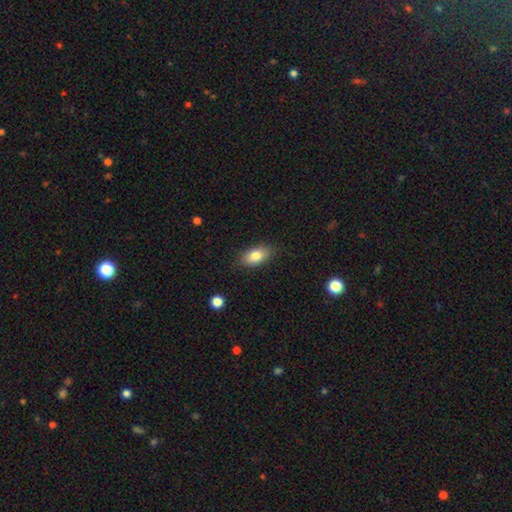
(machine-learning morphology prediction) A smooth galaxy with no disk features (81%) that is in between round and cigar-shaped (89%).

Vote fractions:
- Smooth or featured? smooth: 81% / featured or disk: 11% / star or artifact: 8%
- How rounded? in between: 89% / round: 6% / cigar-shaped: 5%
- Merging? none: 85% / minor disturbance: 11% / major disturbance: 2% / merger: 1%